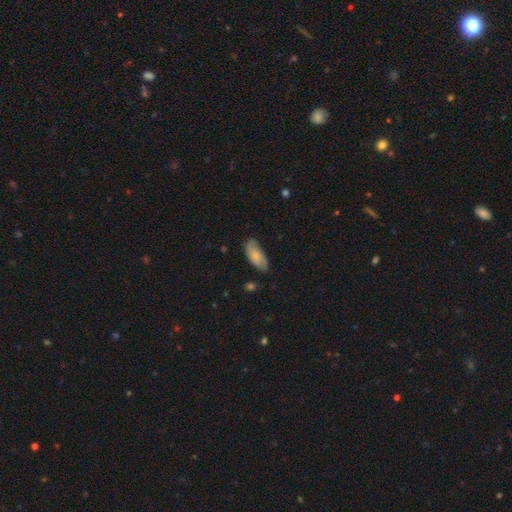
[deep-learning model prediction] smooth-or-featured: smooth: 70% | featured or disk: 24% | star or artifact: 6%
  how-rounded: in between: 87% | cigar-shaped: 11% | round: 2%
  merging: none: 73% | minor disturbance: 22% | major disturbance: 4% | merger: 1%